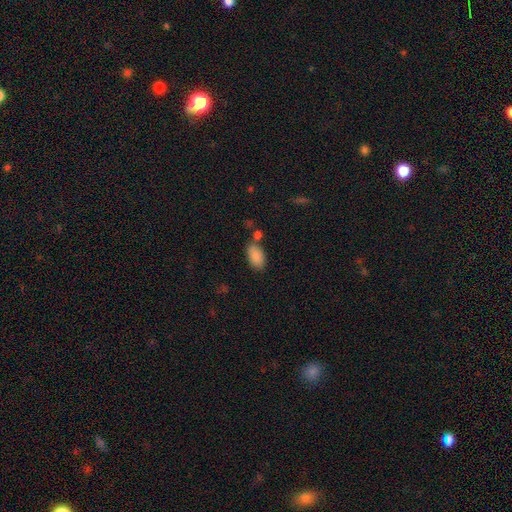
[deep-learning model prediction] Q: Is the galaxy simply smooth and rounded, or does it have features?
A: smooth — 88%.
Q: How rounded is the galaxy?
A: in between — 94%.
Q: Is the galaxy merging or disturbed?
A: none — 66%.